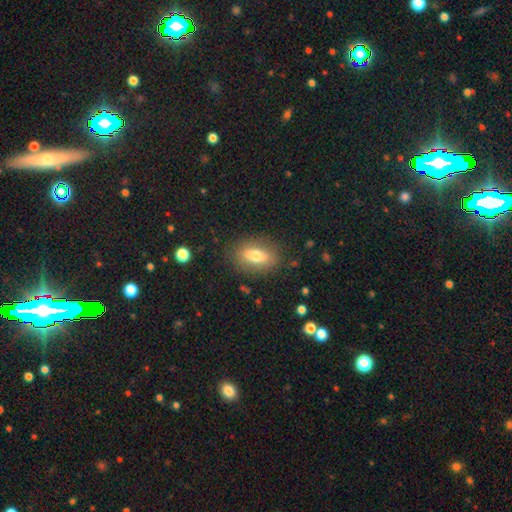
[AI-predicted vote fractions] A smooth galaxy with no disk features (70%) that is in between round and cigar-shaped (81%). Merging: none (83%).